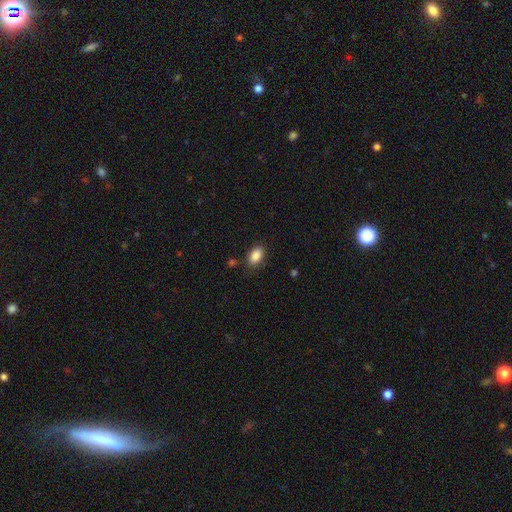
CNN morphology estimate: Smooth or featured: smooth — 88% (star or artifact — 8%)
How rounded: in between — 90% (round — 9%)
Merging: none — 83% (minor disturbance — 12%)